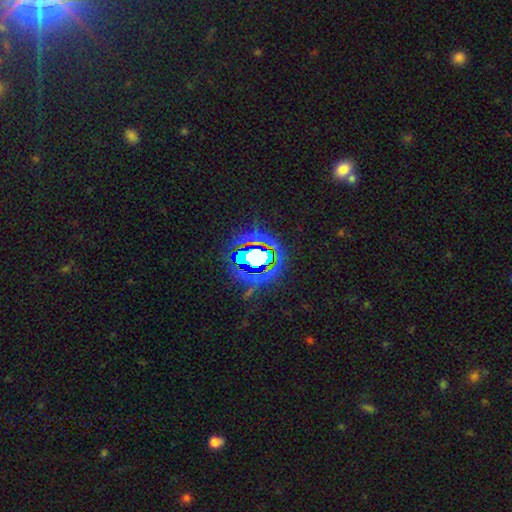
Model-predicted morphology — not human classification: type=star or artifact (62%).